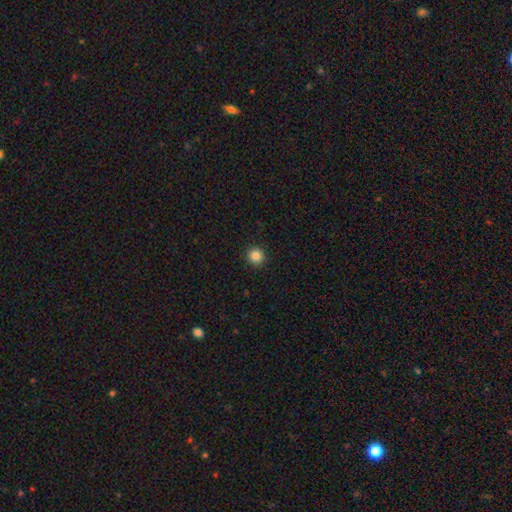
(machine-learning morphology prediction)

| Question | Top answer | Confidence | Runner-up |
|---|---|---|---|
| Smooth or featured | smooth | 85% | star or artifact (11%) |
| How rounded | round | 95% | in between (4%) |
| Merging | none | 93% | minor disturbance (5%) |